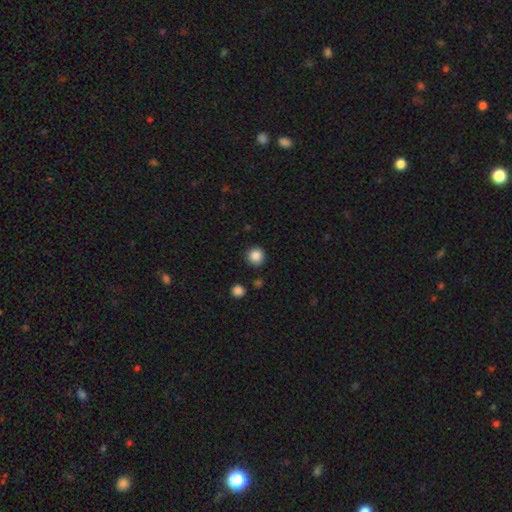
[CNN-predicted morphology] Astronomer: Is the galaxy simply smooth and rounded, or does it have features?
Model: smooth — 86%.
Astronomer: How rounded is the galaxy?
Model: round — 94%.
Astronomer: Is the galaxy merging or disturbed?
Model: none — 89%.